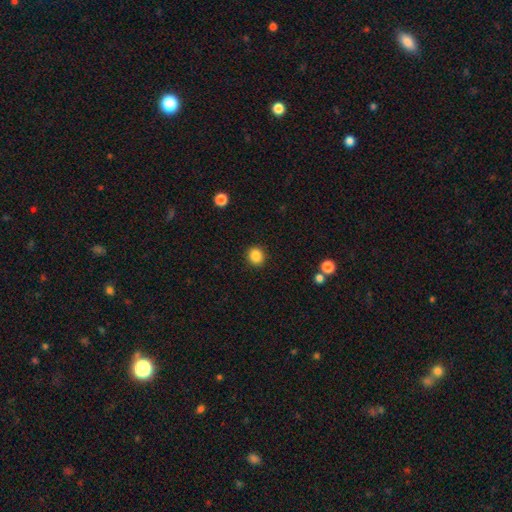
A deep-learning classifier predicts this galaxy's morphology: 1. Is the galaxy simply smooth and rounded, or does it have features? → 86% smooth, 10% star or artifact, 3% featured or disk.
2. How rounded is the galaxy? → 84% round, 16% in between, 1% cigar-shaped.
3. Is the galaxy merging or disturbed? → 91% none, 6% minor disturbance, 2% major disturbance, 1% merger.